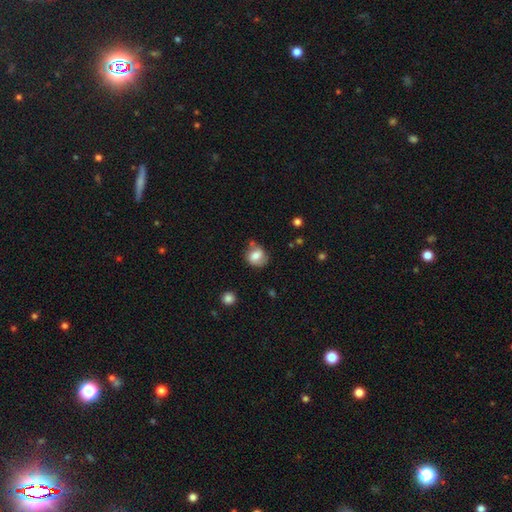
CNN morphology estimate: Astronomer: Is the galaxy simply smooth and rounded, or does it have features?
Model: smooth — 69%.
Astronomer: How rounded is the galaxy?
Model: round — 65%.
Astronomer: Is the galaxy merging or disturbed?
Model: none — 56%.